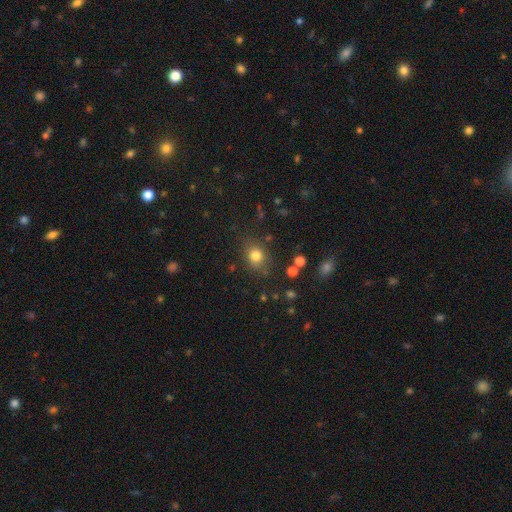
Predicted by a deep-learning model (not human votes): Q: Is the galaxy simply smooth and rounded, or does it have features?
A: smooth — 80%.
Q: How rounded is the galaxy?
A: round — 66%.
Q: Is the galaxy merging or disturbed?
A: none — 77%.